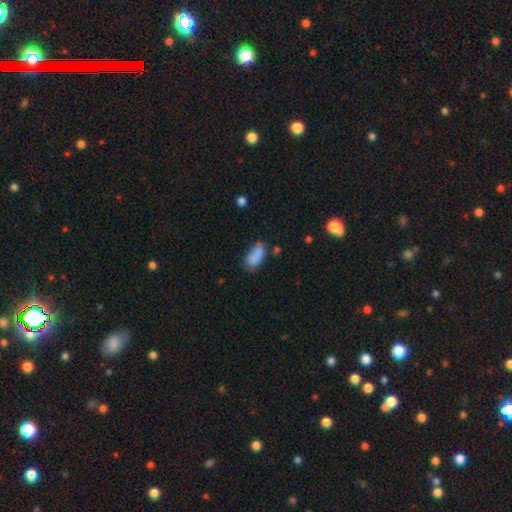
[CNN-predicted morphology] Smooth or featured?
  - smooth: 82% *
  - star or artifact: 9%
  - featured or disk: 9%
How rounded?
  - in between: 86% *
  - cigar-shaped: 11%
  - round: 3%
Merging?
  - none: 46% *
  - minor disturbance: 33%
  - major disturbance: 13%
  - merger: 8%